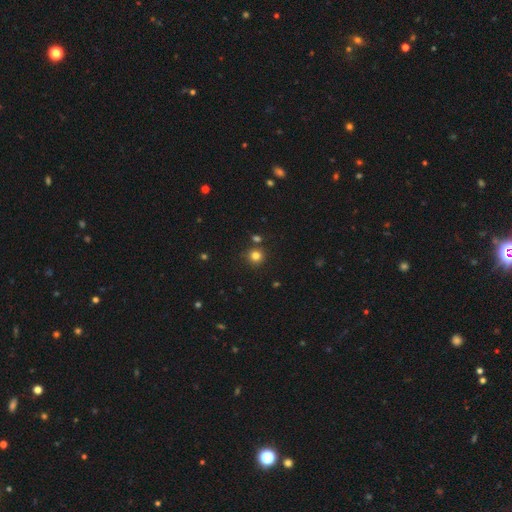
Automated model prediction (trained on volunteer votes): Q: Smooth or featured?
A: smooth (81%); runner-up: star or artifact (14%)
Q: How rounded?
A: round (92%); runner-up: in between (7%)
Q: Merging?
A: none (83%); runner-up: minor disturbance (8%)